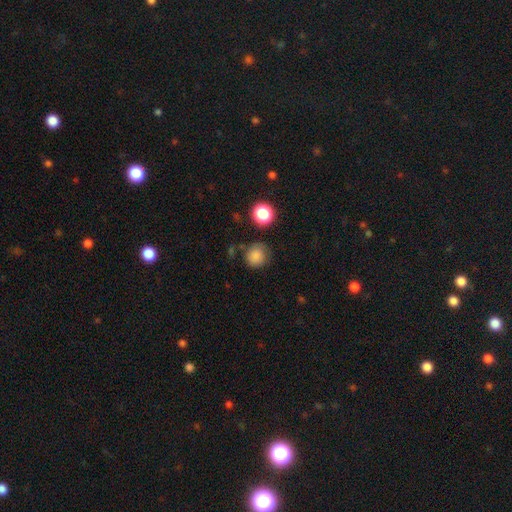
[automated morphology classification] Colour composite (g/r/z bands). It shows a smooth galaxy with no disk features (82%) that is round (89%). Merging: none (74%).